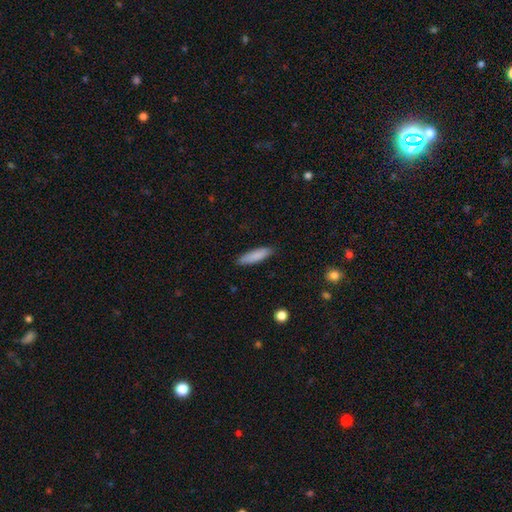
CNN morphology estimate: Q: Smooth or featured?
A: smooth (86%); runner-up: featured or disk (8%)
Q: How rounded?
A: cigar-shaped (66%); runner-up: in between (33%)
Q: Merging?
A: none (85%); runner-up: minor disturbance (11%)